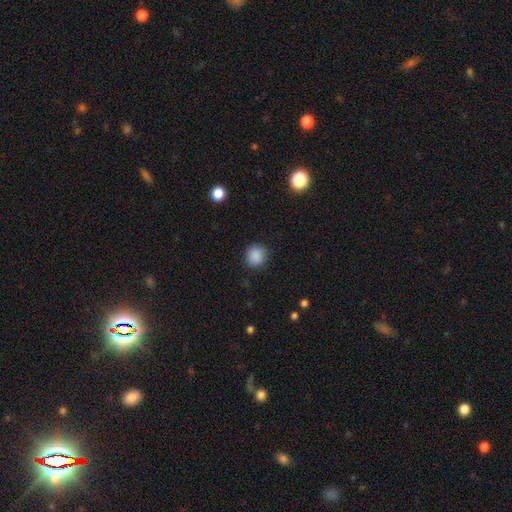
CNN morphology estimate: A smooth galaxy with no disk features (88%) that is round (86%). Merging: none (88%).